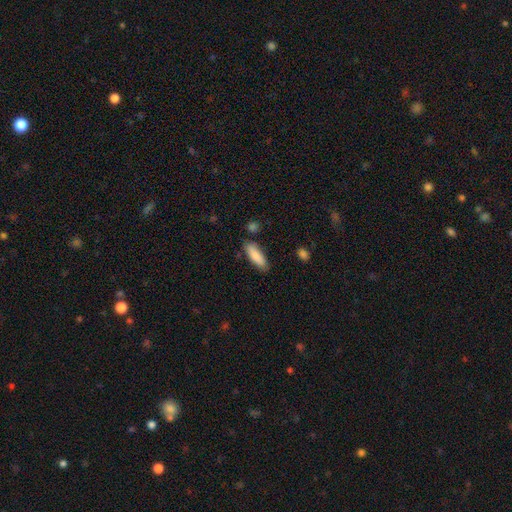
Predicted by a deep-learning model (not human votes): A smooth galaxy with no disk features (87%) that is in between round and cigar-shaped (51%). Merging: none (81%).